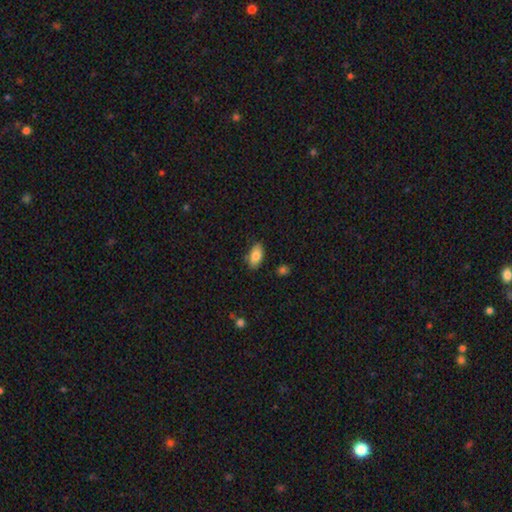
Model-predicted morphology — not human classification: A smooth galaxy with no disk features (85%) that is in between round and cigar-shaped (92%). Merging: none (81%).